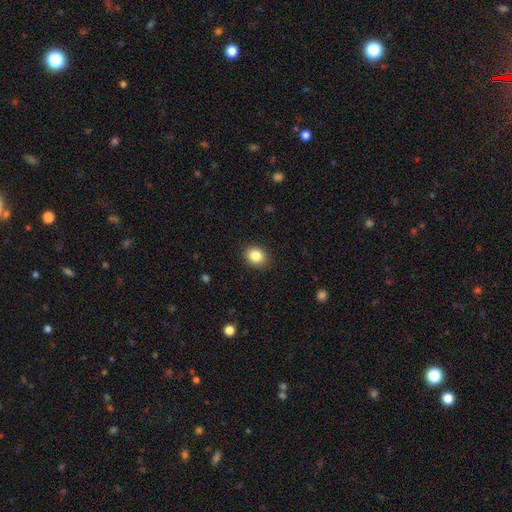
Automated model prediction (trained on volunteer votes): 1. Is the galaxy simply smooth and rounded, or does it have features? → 85% smooth, 10% star or artifact, 5% featured or disk.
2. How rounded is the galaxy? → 59% round, 40% in between, 1% cigar-shaped.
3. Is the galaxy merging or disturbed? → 89% none, 8% minor disturbance, 2% major disturbance, 1% merger.